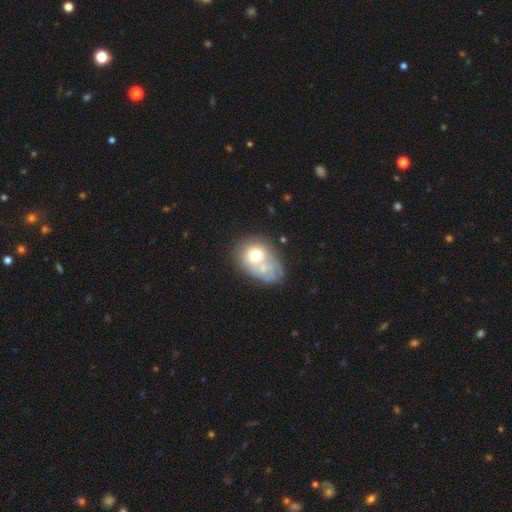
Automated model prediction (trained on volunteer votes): smooth-or-featured: smooth: 59% | featured or disk: 32% | star or artifact: 9%
  how-rounded: round: 51% | in between: 48% | cigar-shaped: 1%
  merging: merger: 54% | none: 24% | minor disturbance: 13% | major disturbance: 9%